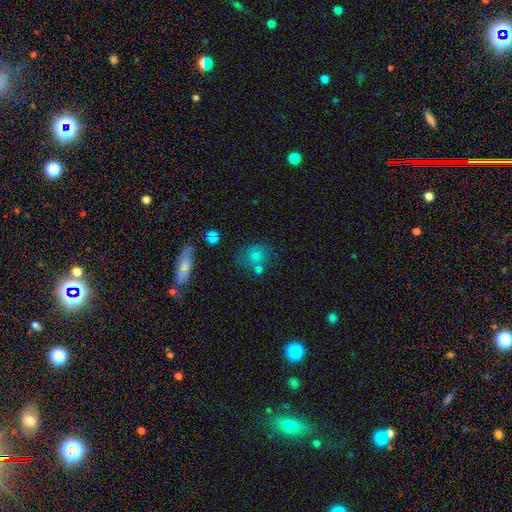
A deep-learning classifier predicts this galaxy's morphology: A smooth galaxy with no disk features (69%) that is round (70%). Merging: none (63%).